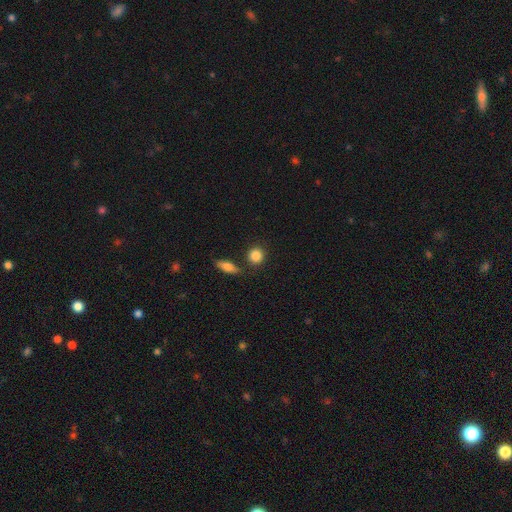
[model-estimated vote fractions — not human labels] smooth-or-featured: smooth: 85% | star or artifact: 9% | featured or disk: 6%
  how-rounded: round: 85% | in between: 13% | cigar-shaped: 2%
  merging: none: 79% | minor disturbance: 10% | merger: 9% | major disturbance: 3%